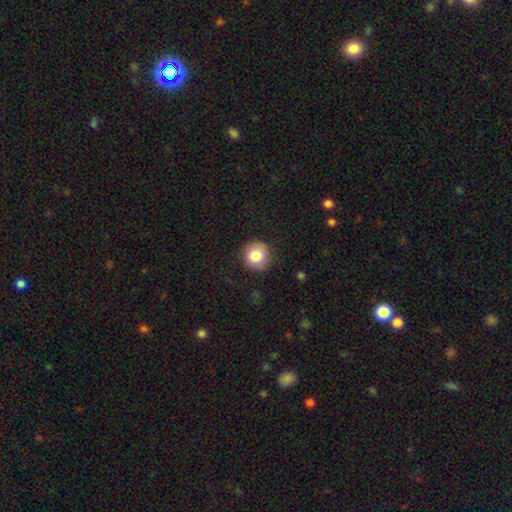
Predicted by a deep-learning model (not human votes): Overall: smooth (83%). How rounded: round (92%). Merging: none (83%).